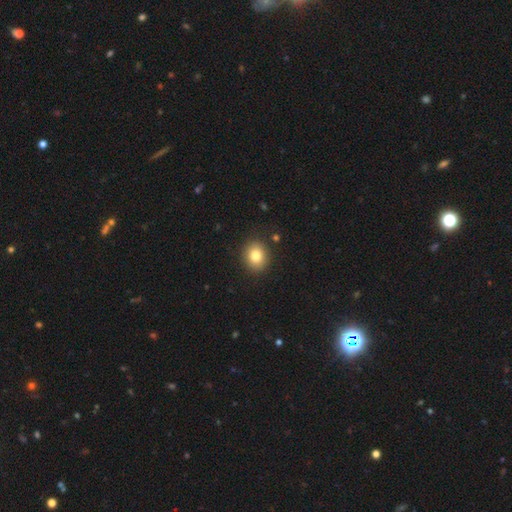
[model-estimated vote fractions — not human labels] A smooth galaxy with no disk features (81%) that is round (65%).

Vote fractions:
- Smooth or featured? smooth: 81% / star or artifact: 10% / featured or disk: 9%
- How rounded? round: 65% / in between: 34% / cigar-shaped: 1%
- Merging? none: 89% / minor disturbance: 7% / major disturbance: 2% / merger: 1%